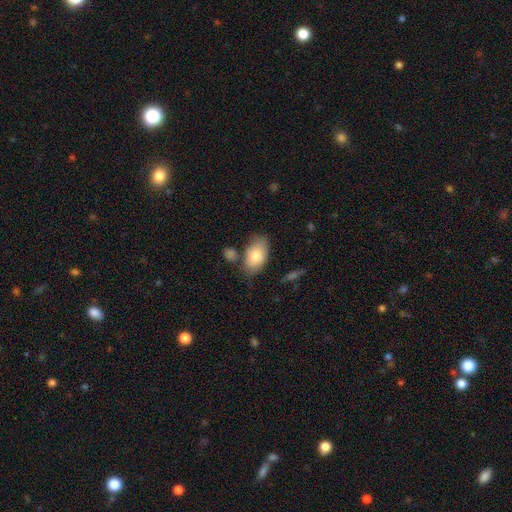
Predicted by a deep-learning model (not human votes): Morphology: type=smooth (78%); roundness=in between (93%); merging=none (69%).